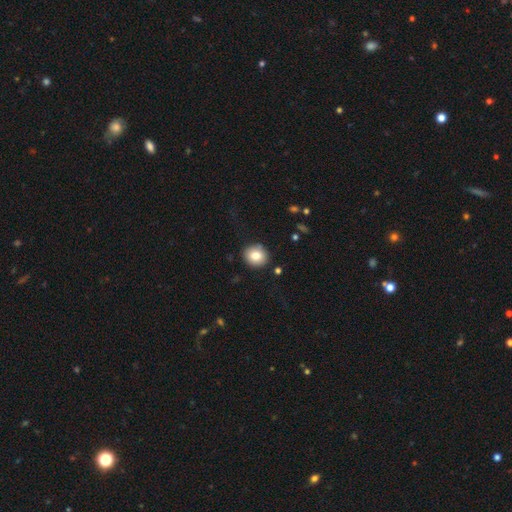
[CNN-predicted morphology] smooth 82%, star or artifact 9%, featured or disk 9%. Down the decision tree: how rounded — round (84%); merging — none (89%).